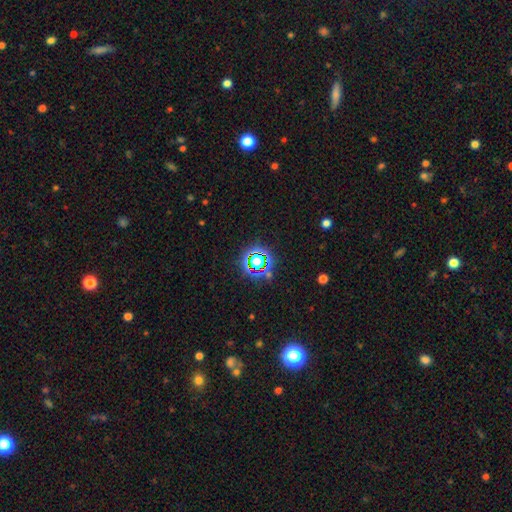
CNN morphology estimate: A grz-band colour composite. It shows a star or artifact, not a galaxy (69%).